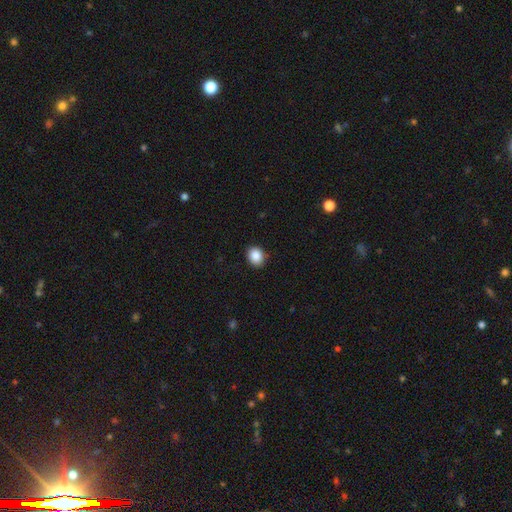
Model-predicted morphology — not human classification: This appears to be a smooth galaxy with no disk features (87%) that is round (60%). Merging: none (90%).